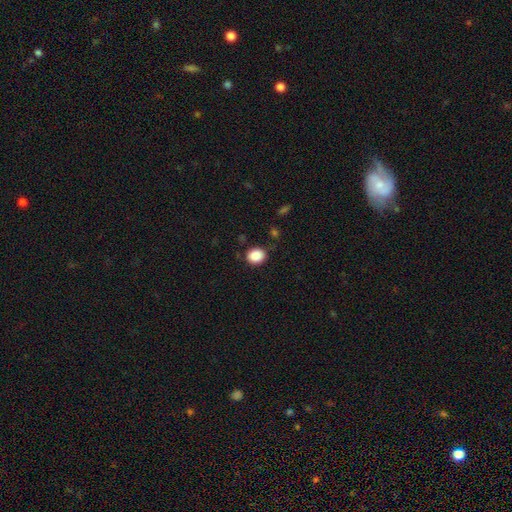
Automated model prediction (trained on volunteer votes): A smooth galaxy with no disk features (88%) that is round (61%). Merging: none (83%).